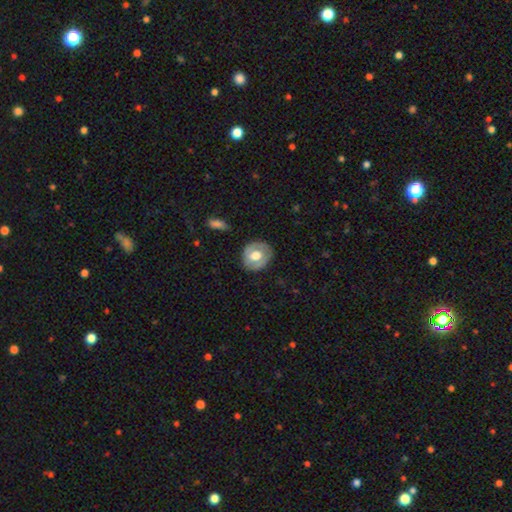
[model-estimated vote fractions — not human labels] Smooth or featured? smooth (51%)
How rounded? round (69%)
Merging? none (80%)